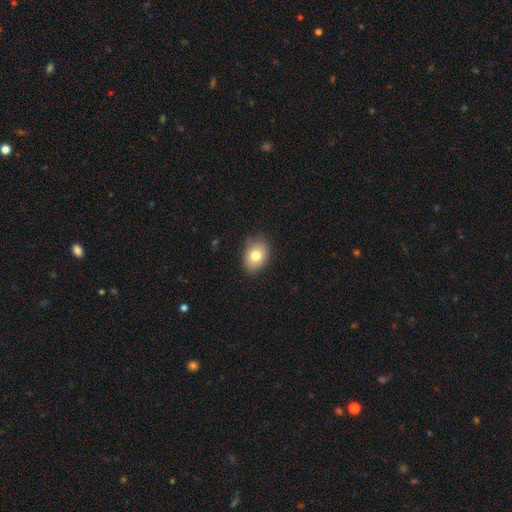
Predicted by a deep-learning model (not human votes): A smooth galaxy with no disk features (79%) that is in between round and cigar-shaped (72%). Merging: none (82%).